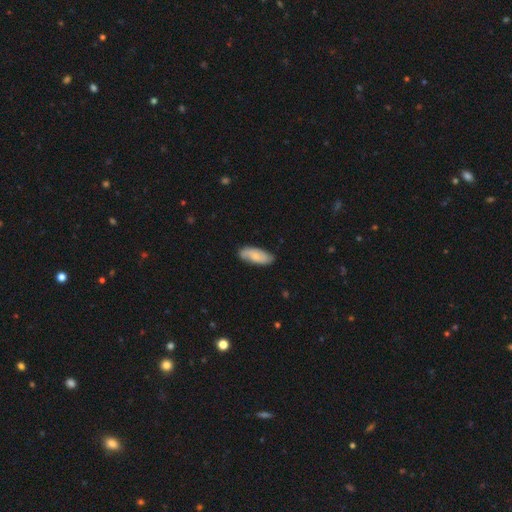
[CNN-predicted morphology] A smooth galaxy with no disk features (57%) that is in between round and cigar-shaped (81%).

Vote fractions:
- Smooth or featured? smooth: 57% / featured or disk: 37% / star or artifact: 6%
- How rounded? in between: 81% / cigar-shaped: 17% / round: 2%
- Merging? none: 78% / minor disturbance: 17% / major disturbance: 3% / merger: 1%